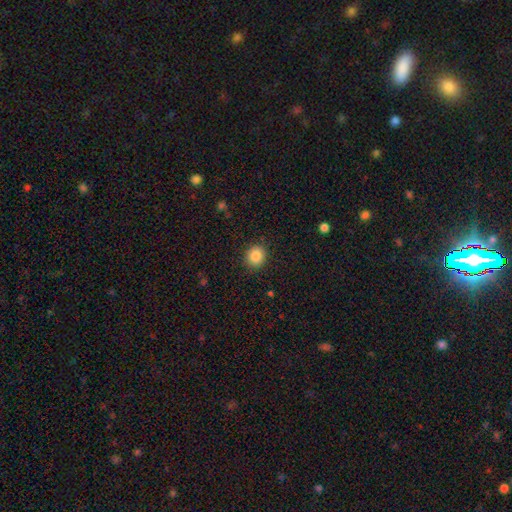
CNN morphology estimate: smooth-or-featured: smooth: 87% | star or artifact: 9% | featured or disk: 4%
  how-rounded: round: 82% | in between: 17% | cigar-shaped: 1%
  merging: none: 90% | minor disturbance: 7% | major disturbance: 2% | merger: 1%